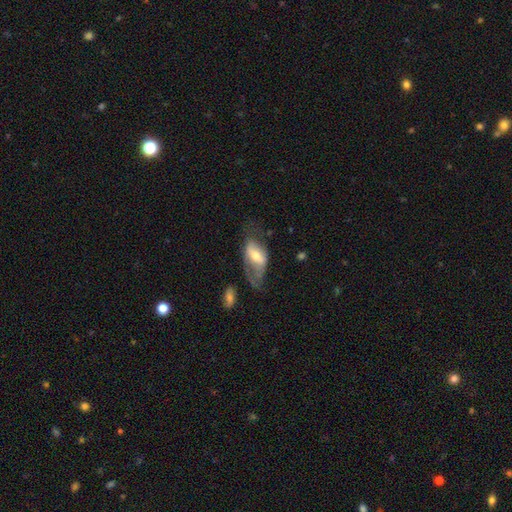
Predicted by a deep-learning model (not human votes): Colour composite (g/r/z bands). It shows a featured or disk galaxy (50%). Merging: major disturbance (38%).